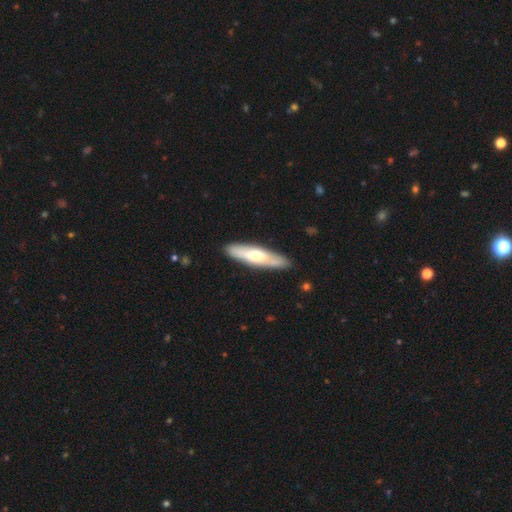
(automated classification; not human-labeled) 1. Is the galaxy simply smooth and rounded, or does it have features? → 48% featured or disk, 47% smooth, 5% star or artifact.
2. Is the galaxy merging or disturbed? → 87% none, 10% minor disturbance, 2% major disturbance, 1% merger.